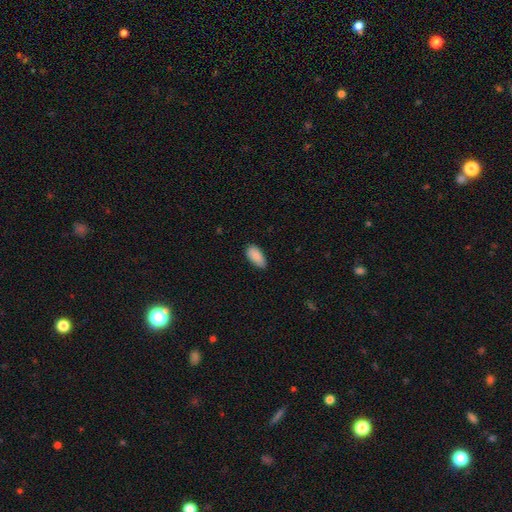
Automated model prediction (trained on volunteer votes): Overall: smooth (88%). How rounded: in between (92%). Merging: none (77%).